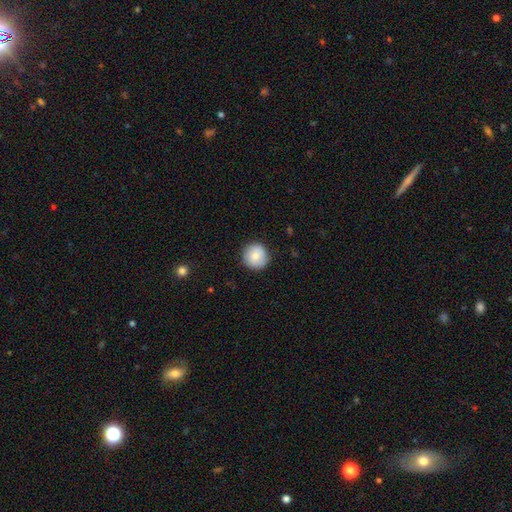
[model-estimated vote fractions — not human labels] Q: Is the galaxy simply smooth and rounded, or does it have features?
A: smooth — 79%.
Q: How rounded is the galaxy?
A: round — 95%.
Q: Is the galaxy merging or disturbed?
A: none — 88%.